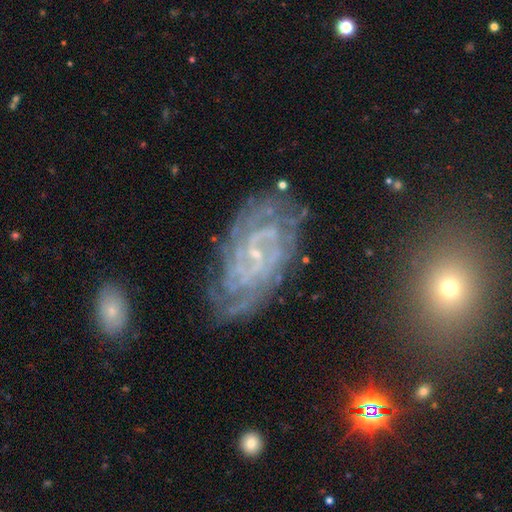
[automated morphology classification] The model was most divided on "spiral arm count": can't tell: 28%, 2: 21%, 3: 17%, 4: 16%, more than 4: 10%, 1: 8%. Remaining: spiral arms — yes (97%); edge-on disk — no (96%); smooth or featured — featured or disk (86%); bulge size — small (83%); merging — none (71%); spiral winding — tight (70%); bar — no (48%).